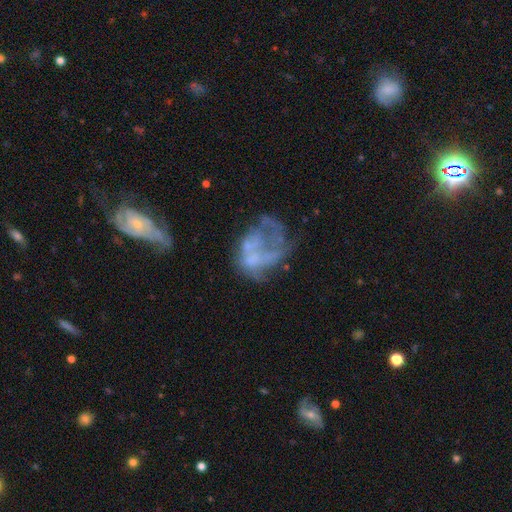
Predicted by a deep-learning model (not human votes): Q: Smooth or featured?
A: featured or disk (60%); runner-up: smooth (26%)
Q: Edge-on disk?
A: no (98%); runner-up: yes (2%)
Q: Bar?
A: no (89%); runner-up: weak (9%)
Q: Spiral arms?
A: no (84%); runner-up: yes (16%)
Q: Bulge size?
A: none (74%); runner-up: small (11%)
Q: Merging?
A: major disturbance (39%); runner-up: none (26%)